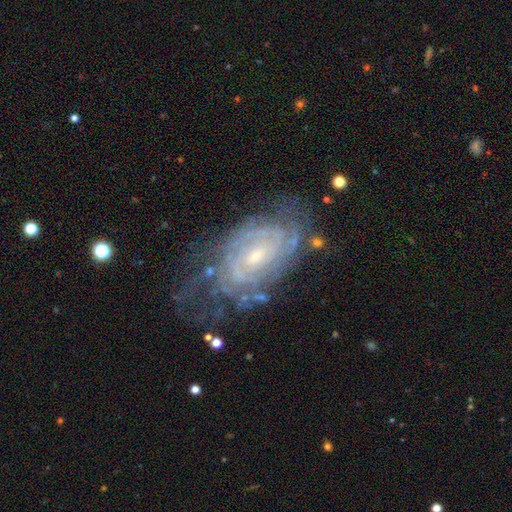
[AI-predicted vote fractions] Overall: featured or disk (86%). Edge-on disk: no (96%). Bar: no (50%; weak 40%). Spiral arms: yes (95%). Spiral arm count: can't tell (43%; 2 20%). Spiral winding: tight (75%). Bulge size: small (64%; moderate 31%). Merging: none (60%; minor disturbance 24%).